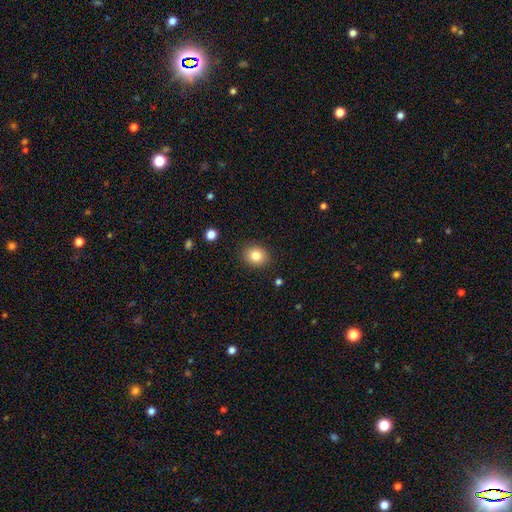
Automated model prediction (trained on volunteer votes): A smooth galaxy with no disk features (83%) that is round (68%).

Vote fractions:
- Smooth or featured? smooth: 83% / star or artifact: 10% / featured or disk: 7%
- How rounded? round: 68% / in between: 32% / cigar-shaped: 1%
- Merging? none: 88% / minor disturbance: 8% / major disturbance: 2% / merger: 1%